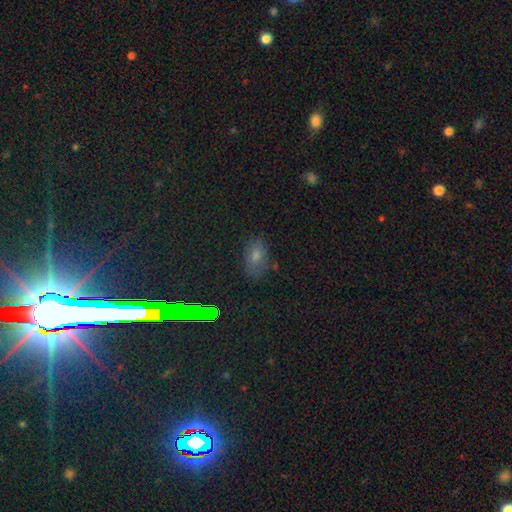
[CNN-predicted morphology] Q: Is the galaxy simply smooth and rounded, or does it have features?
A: smooth — 55%.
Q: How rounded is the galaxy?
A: in between — 85%.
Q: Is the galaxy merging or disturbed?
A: none — 76%.